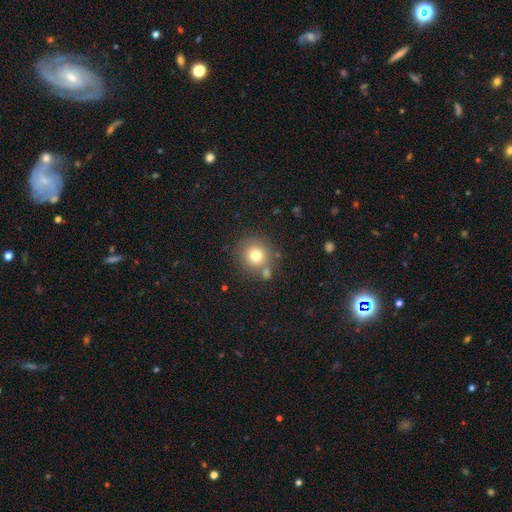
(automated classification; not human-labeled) This is likely a smooth galaxy (77%). How rounded: clearly round (92%). Merging: likely none (73%).